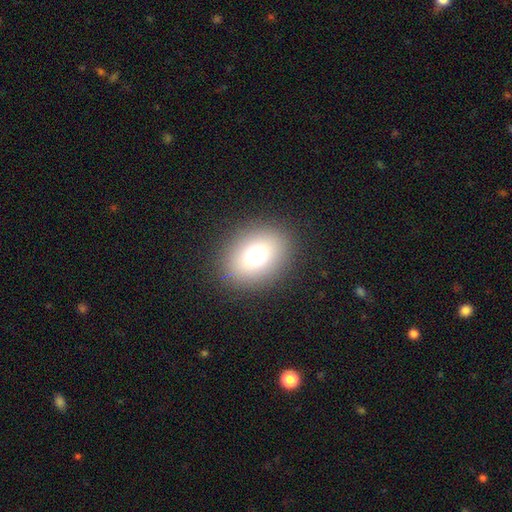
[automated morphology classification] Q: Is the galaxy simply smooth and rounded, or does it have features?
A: smooth — 74%.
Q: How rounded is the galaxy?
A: in between — 59%.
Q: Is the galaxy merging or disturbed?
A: none — 88%.